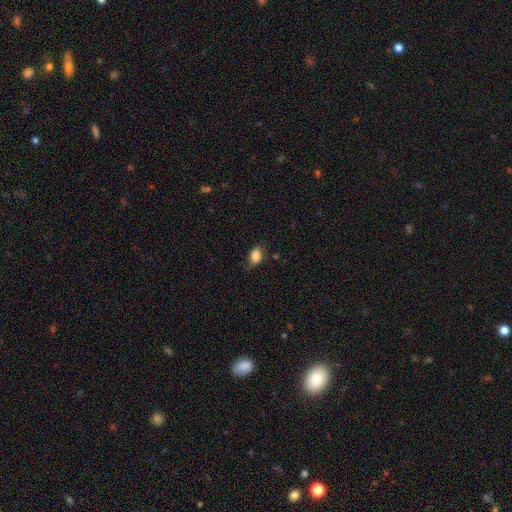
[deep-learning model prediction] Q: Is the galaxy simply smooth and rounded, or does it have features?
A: smooth — 81%.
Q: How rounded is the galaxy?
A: in between — 86%.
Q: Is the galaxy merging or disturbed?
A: none — 55%.